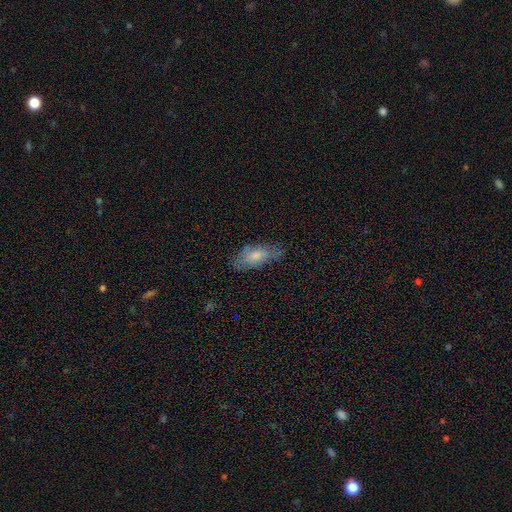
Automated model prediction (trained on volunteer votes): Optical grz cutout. It shows a smooth galaxy with no disk features (66%) that is in between round and cigar-shaped (83%). Merging: none (62%).